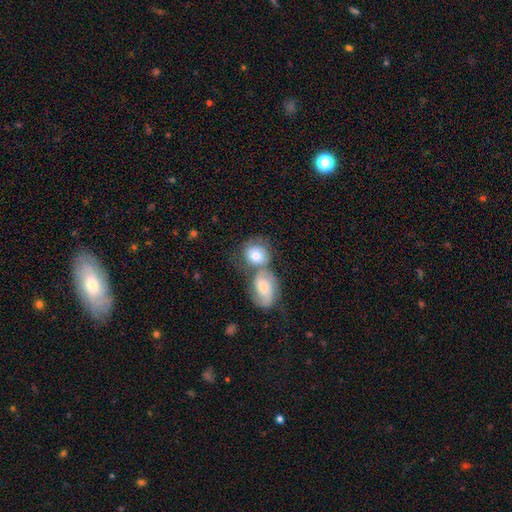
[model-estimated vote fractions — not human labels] A smooth galaxy with no disk features (67%) that is round (61%).

Vote fractions:
- Smooth or featured? smooth: 67% / featured or disk: 27% / star or artifact: 6%
- How rounded? round: 61% / in between: 38% / cigar-shaped: 1%
- Merging? merger: 57% / none: 28% / minor disturbance: 9% / major disturbance: 5%